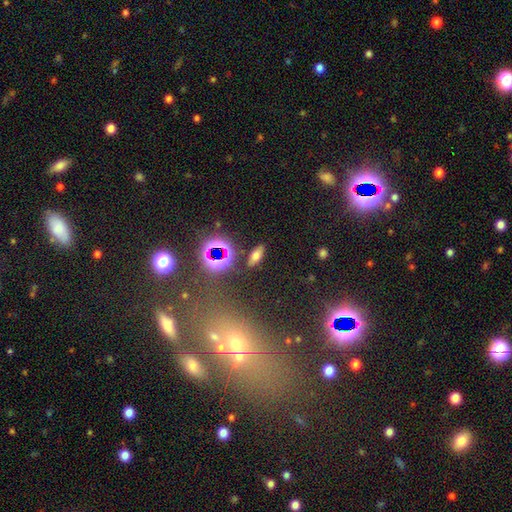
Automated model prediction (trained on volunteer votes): Q: Smooth or featured?
A: smooth (59%); runner-up: star or artifact (25%)
Q: How rounded?
A: in between (75%); runner-up: cigar-shaped (18%)
Q: Merging?
A: none (86%); runner-up: minor disturbance (8%)